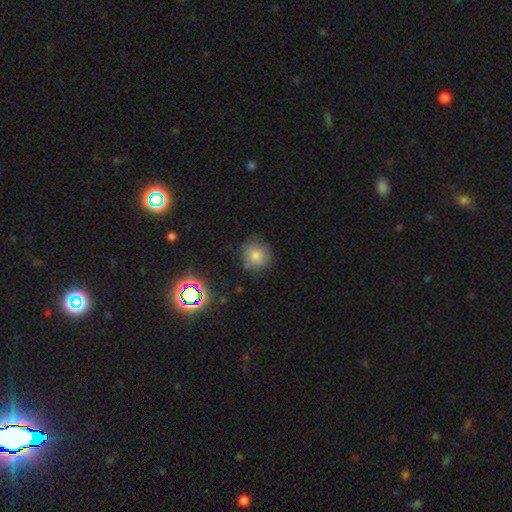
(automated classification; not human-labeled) smooth_or_featured: smooth (p=0.80) [alt: star or artifact p=0.12]
how_rounded: round (p=0.87) [alt: in between p=0.12]
merging: none (p=0.80) [alt: minor disturbance p=0.14]